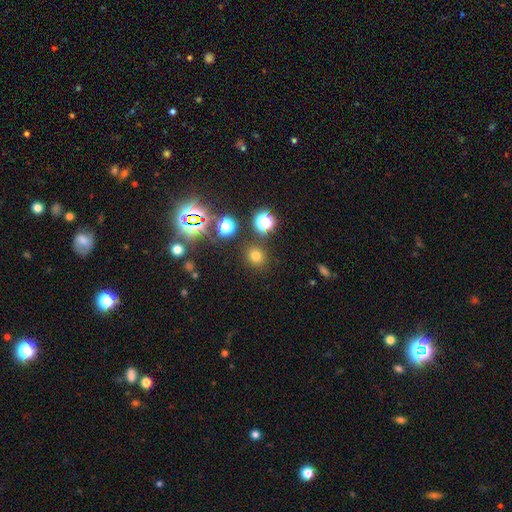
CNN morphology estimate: smooth 68%, star or artifact 25%, featured or disk 7%. Down the decision tree: how rounded — round (85%); merging — none (85%).